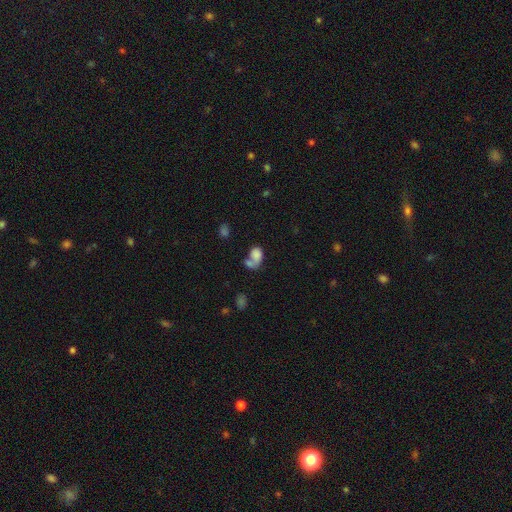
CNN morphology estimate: This appears to be a smooth galaxy with no disk features (74%) that is in between round and cigar-shaped (72%). Merging: merger (54%).